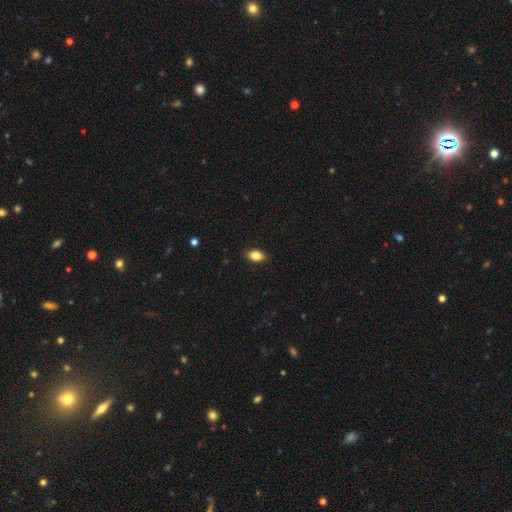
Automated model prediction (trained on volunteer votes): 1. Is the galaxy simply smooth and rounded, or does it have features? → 84% smooth, 9% star or artifact, 7% featured or disk.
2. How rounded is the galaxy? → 86% in between, 11% round, 2% cigar-shaped.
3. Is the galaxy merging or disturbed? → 89% none, 8% minor disturbance, 2% major disturbance, 1% merger.